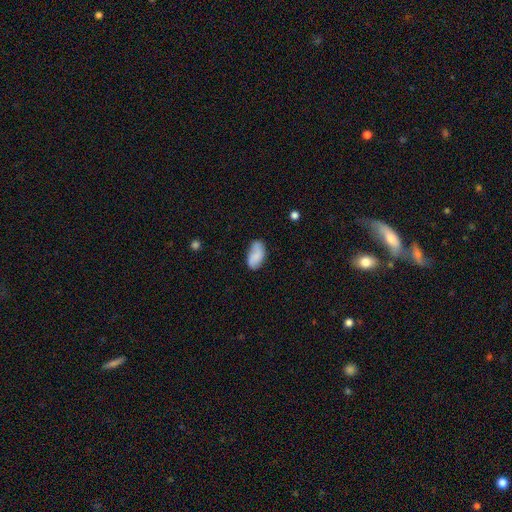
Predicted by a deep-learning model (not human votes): A smooth galaxy with no disk features (77%) that is in between round and cigar-shaped (94%). Merging: none (63%).